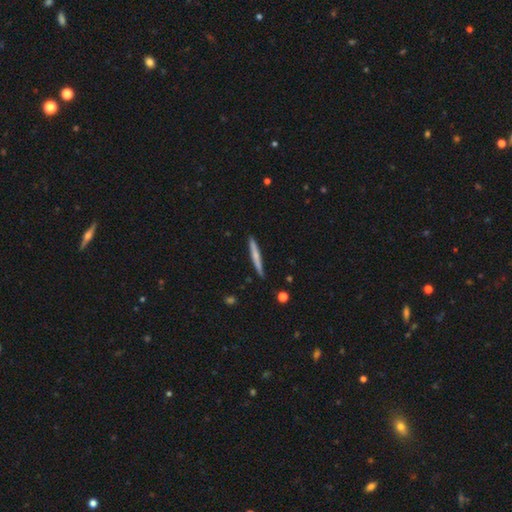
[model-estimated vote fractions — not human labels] A smooth galaxy with no disk features (55%) that is cigar-shaped (96%). Merging: none (89%).